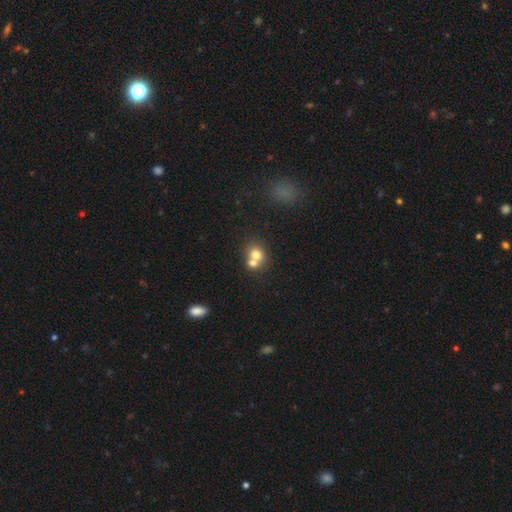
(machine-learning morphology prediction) Smooth or featured? Predicted: smooth (p=0.72). How rounded? Predicted: round (p=0.72). Merging? Predicted: merger (p=0.58).